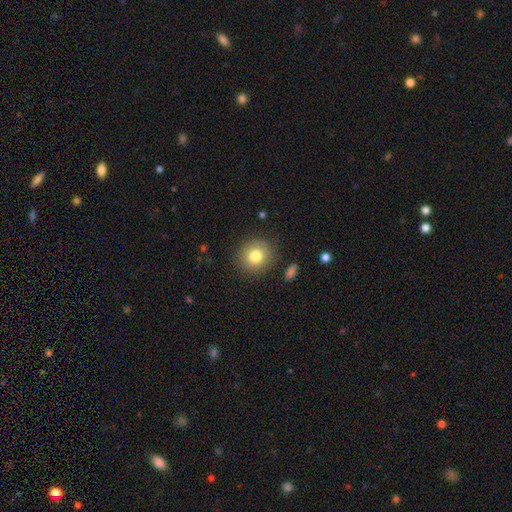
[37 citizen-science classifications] Smooth or featured?
  - smooth: 86% *
  - featured or disk: 8%
  - star or artifact: 5%
How rounded?
  - round: 91% *
  - in between: 9%
  - cigar-shaped: 0%
Merging?
  - none: 91% *
  - minor disturbance: 6%
  - merger: 3%
  - major disturbance: 0%